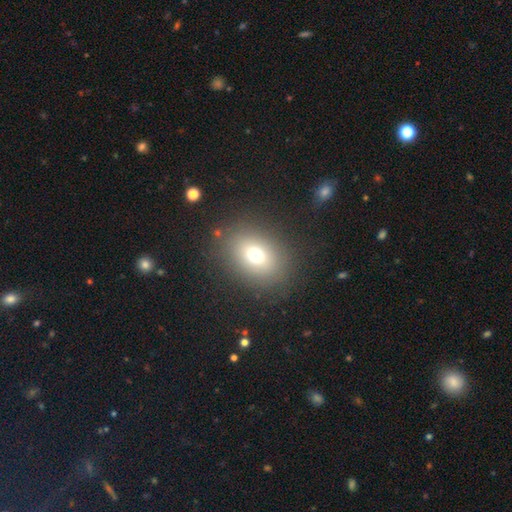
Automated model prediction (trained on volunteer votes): Overall: smooth (71%). How rounded: in between (56%; round 43%). Merging: none (84%).